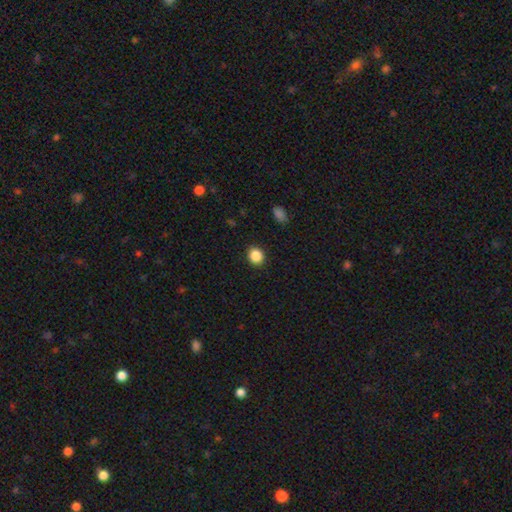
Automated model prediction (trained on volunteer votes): Smooth or featured: smooth — 87% (star or artifact — 10%)
How rounded: round — 74% (in between — 25%)
Merging: none — 91% (minor disturbance — 6%)